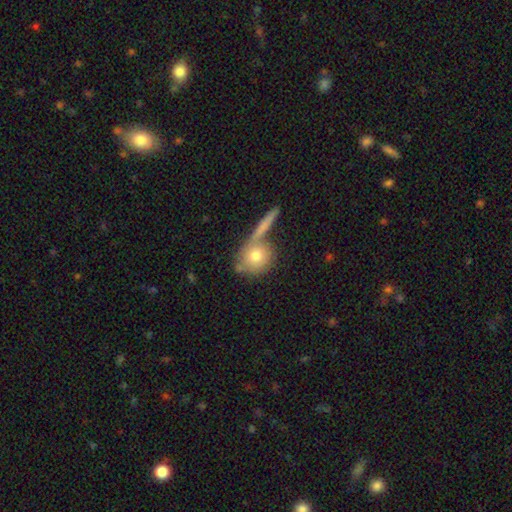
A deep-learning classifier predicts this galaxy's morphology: Overall: smooth (71%). How rounded: round (81%). Merging: none (56%; merger 27%).